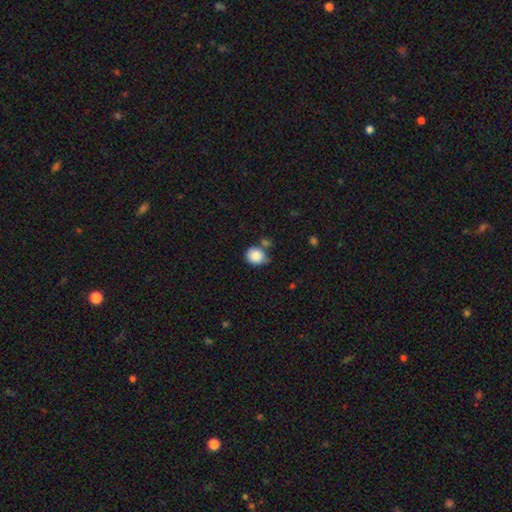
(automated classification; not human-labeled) A smooth galaxy with no disk features (86%) that is round (74%).

Vote fractions:
- Smooth or featured? smooth: 86% / star or artifact: 9% / featured or disk: 5%
- How rounded? round: 74% / in between: 26% / cigar-shaped: 1%
- Merging? none: 56% / minor disturbance: 24% / merger: 15% / major disturbance: 6%